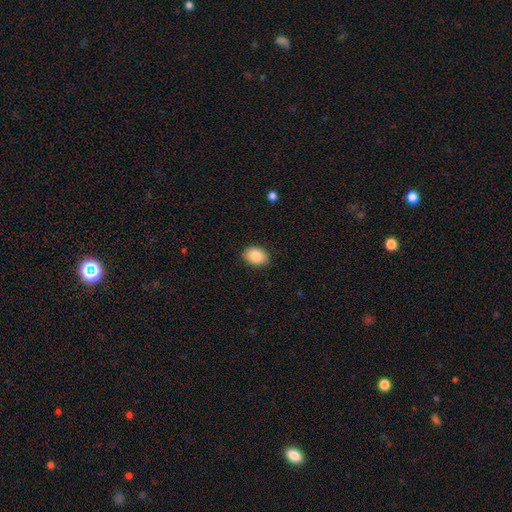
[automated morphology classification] Smooth or featured: smooth — 87% (star or artifact — 7%)
How rounded: in between — 76% (round — 23%)
Merging: none — 89% (minor disturbance — 8%)